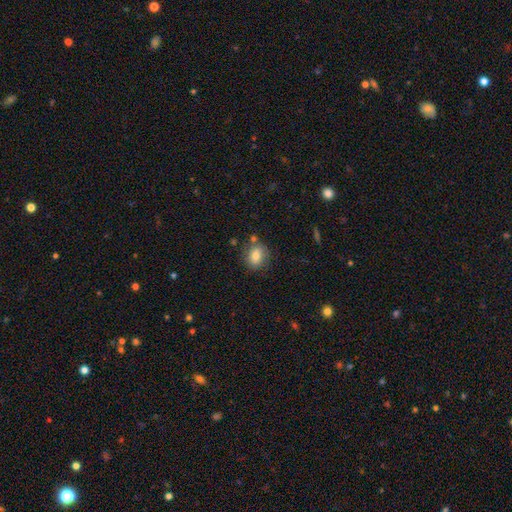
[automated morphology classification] smooth 78%, featured or disk 13%, star or artifact 10%. Down the decision tree: how rounded — round (54%); merging — none (74%).